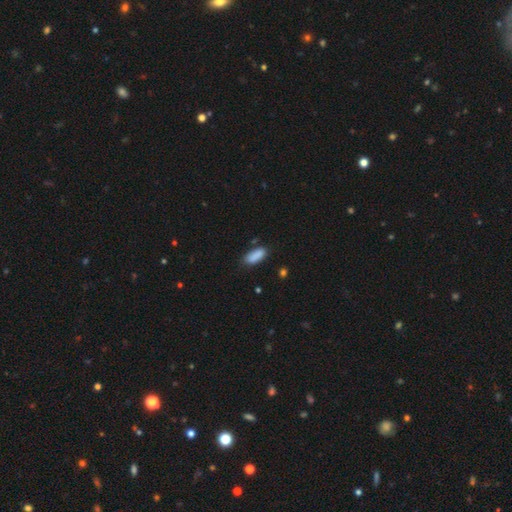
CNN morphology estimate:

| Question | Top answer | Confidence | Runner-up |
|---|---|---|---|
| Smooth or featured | smooth | 89% | star or artifact (7%) |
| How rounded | in between | 78% | cigar-shaped (20%) |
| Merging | none | 76% | minor disturbance (18%) |